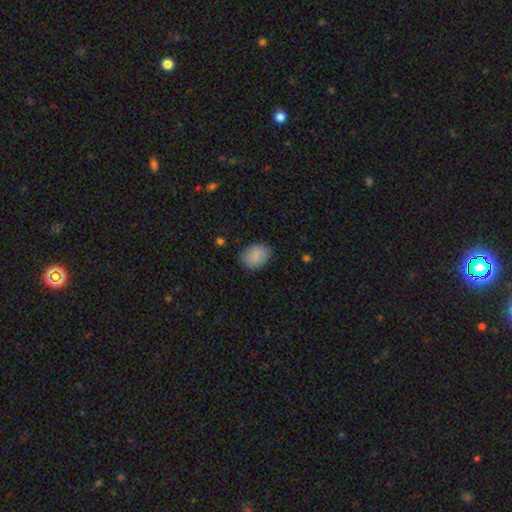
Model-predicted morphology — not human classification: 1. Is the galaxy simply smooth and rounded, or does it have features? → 83% smooth, 10% featured or disk, 7% star or artifact.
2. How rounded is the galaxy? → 65% in between, 34% round, 1% cigar-shaped.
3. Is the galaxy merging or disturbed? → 84% none, 11% minor disturbance, 3% major disturbance, 1% merger.